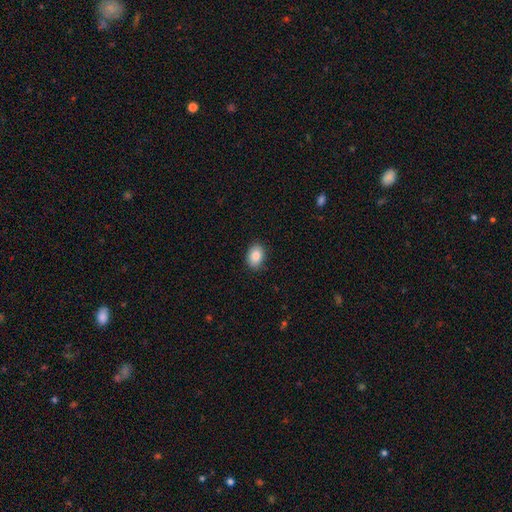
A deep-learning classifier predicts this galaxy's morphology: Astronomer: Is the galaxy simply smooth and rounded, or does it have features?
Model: smooth — 87%.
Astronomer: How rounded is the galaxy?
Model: in between — 80%.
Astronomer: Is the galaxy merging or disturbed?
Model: none — 87%.